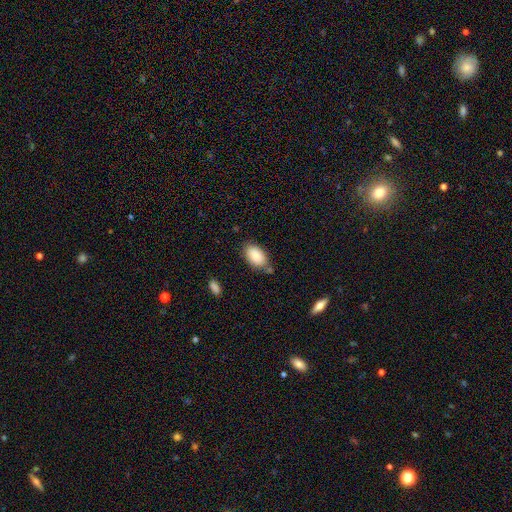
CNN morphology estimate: Q: Smooth or featured?
A: smooth (87%); runner-up: star or artifact (7%)
Q: How rounded?
A: in between (94%); runner-up: round (4%)
Q: Merging?
A: none (69%); runner-up: minor disturbance (19%)